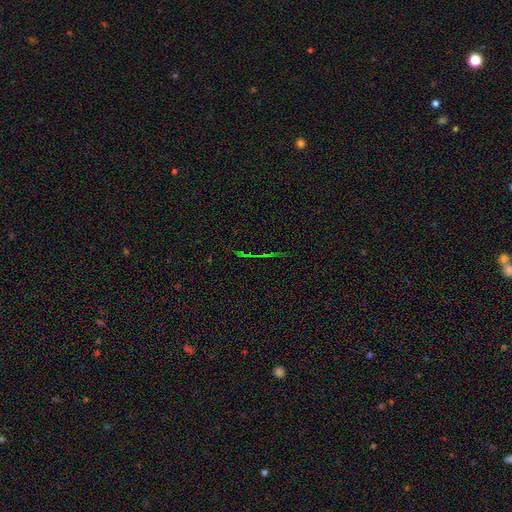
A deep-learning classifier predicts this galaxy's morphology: A star or artifact, not a galaxy (73%).

Vote fractions:
- Smooth or featured? star or artifact: 73% / featured or disk: 17% / smooth: 11%